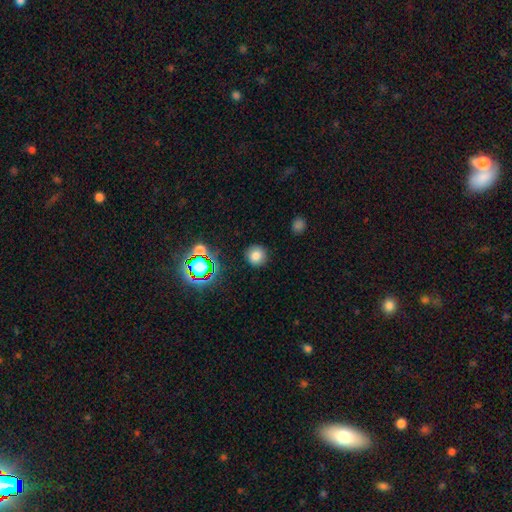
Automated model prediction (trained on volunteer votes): The model was most divided on "smooth or featured": smooth: 77%, star or artifact: 16%, featured or disk: 7%. More confident: how rounded — round (93%); merging — none (88%).